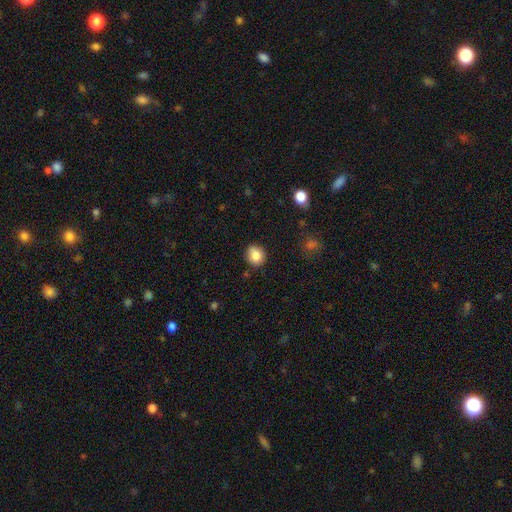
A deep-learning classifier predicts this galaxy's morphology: smooth 84%, star or artifact 10%, featured or disk 6%. Down the decision tree: how rounded — round (77%); merging — none (84%).